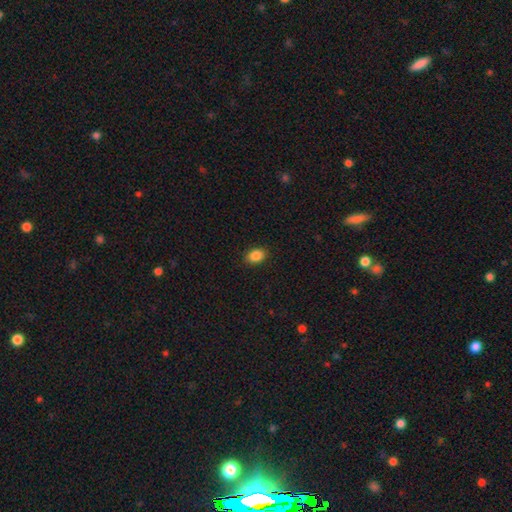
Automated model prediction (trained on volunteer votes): This is clearly a smooth galaxy (87%). How rounded: likely in between (76%). Merging: clearly none (90%).